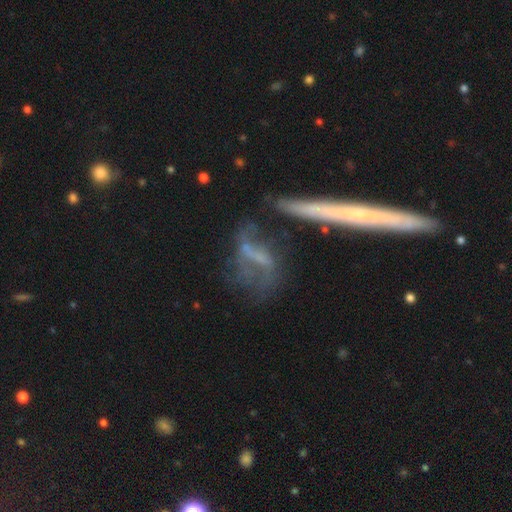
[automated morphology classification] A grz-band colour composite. It shows a featured or disk galaxy (66%) with no bar (38%), spiral arms (59%) and no central bulge (63%). Merging: none (52%).